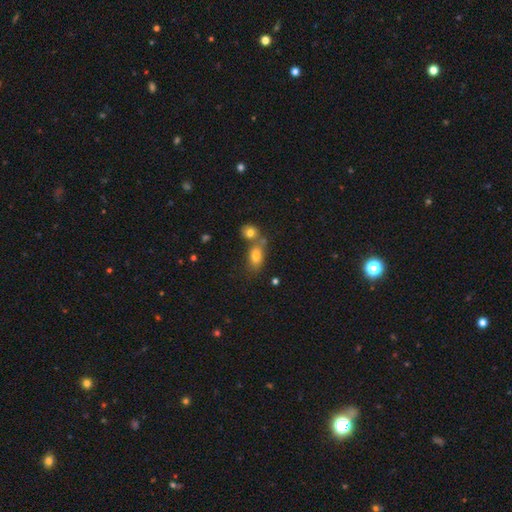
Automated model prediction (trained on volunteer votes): A smooth galaxy with no disk features (79%) that is in between round and cigar-shaped (84%). Merging: none (47%).